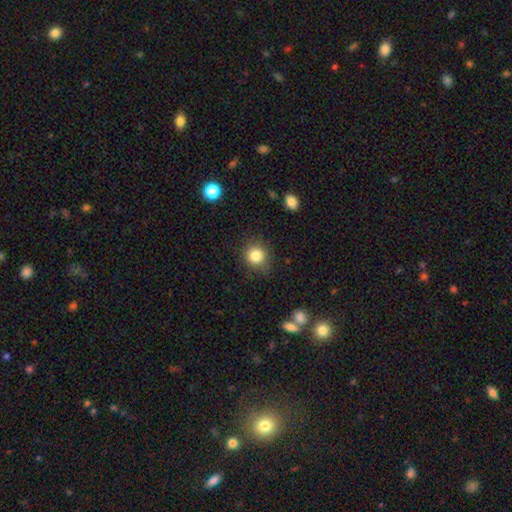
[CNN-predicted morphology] This is clearly a smooth galaxy (84%). How rounded: clearly round (88%). Merging: clearly none (83%).